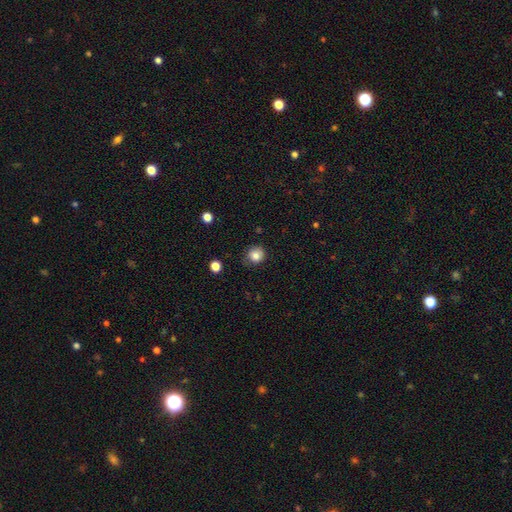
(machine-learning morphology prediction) Smooth or featured: smooth — 82% (star or artifact — 11%)
How rounded: round — 86% (in between — 13%)
Merging: none — 79% (minor disturbance — 16%)